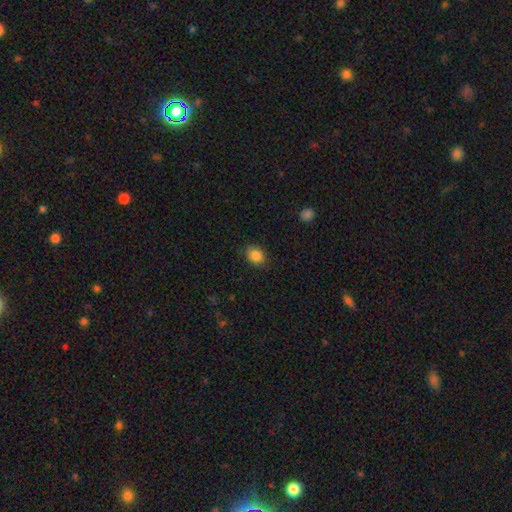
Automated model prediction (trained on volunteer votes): Morphology: type=smooth (86%); roundness=round (50%); merging=none (83%).